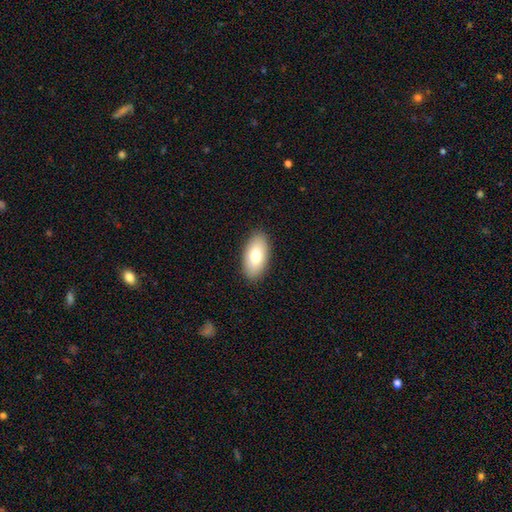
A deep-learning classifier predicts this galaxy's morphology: Q: Smooth or featured?
A: smooth (74%); runner-up: featured or disk (19%)
Q: How rounded?
A: in between (93%); runner-up: round (4%)
Q: Merging?
A: none (89%); runner-up: minor disturbance (8%)